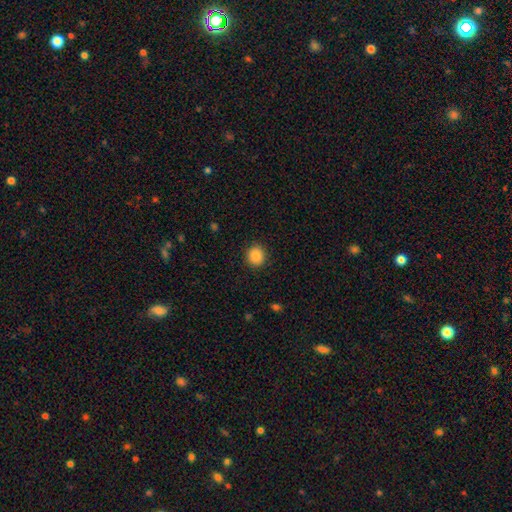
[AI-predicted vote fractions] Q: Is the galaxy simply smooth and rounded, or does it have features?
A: smooth — 88%.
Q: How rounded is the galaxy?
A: round — 85%.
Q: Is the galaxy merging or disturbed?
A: none — 91%.